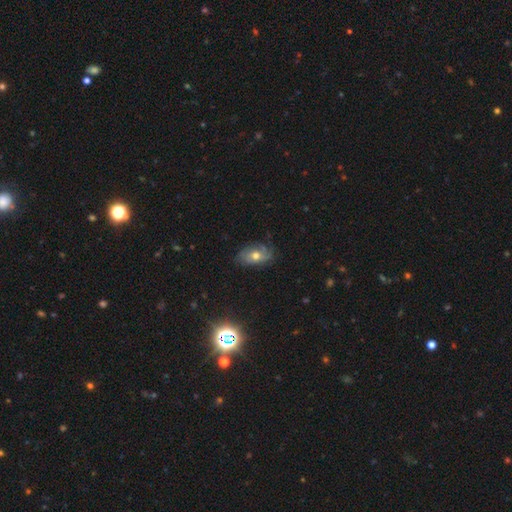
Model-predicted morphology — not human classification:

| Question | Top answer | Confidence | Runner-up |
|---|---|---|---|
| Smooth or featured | featured or disk | 46% | smooth (42%) |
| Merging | none | 68% | minor disturbance (23%) |